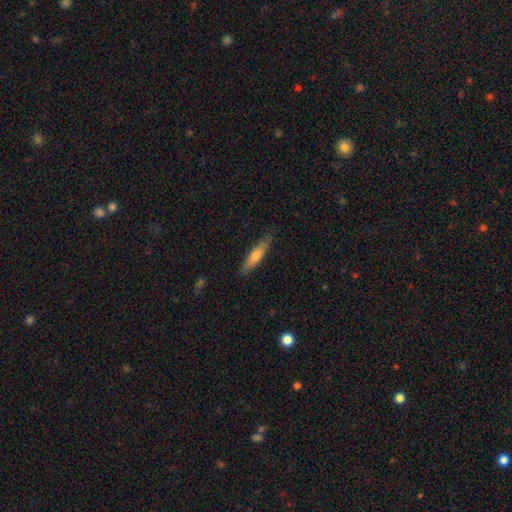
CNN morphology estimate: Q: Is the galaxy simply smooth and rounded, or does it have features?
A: smooth — 58%.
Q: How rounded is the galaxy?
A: cigar-shaped — 80%.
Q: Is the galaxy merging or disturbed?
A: none — 88%.